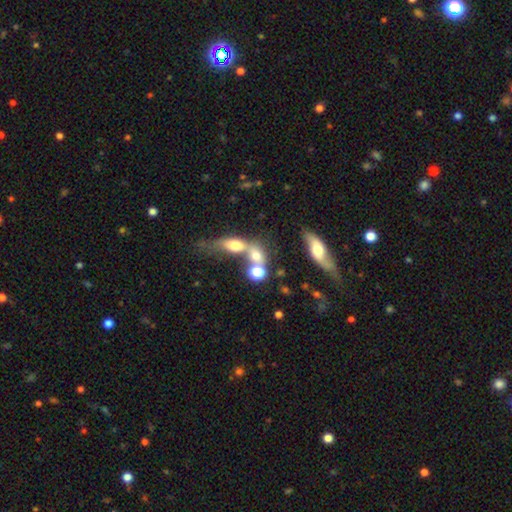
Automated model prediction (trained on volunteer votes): Smooth or featured? Predicted: smooth (p=0.65). How rounded? Predicted: in between (p=0.48). Merging? Predicted: merger (p=0.60).